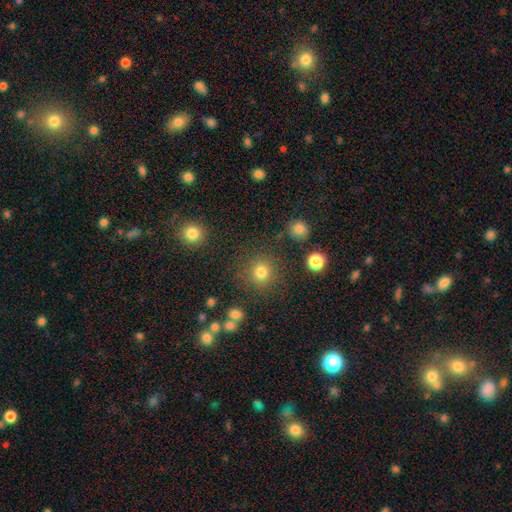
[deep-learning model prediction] A smooth galaxy with no disk features (58%) that is round (94%).

Vote fractions:
- Smooth or featured? smooth: 58% / star or artifact: 36% / featured or disk: 6%
- How rounded? round: 94% / in between: 5% / cigar-shaped: 1%
- Merging? none: 88% / minor disturbance: 6% / merger: 4% / major disturbance: 3%